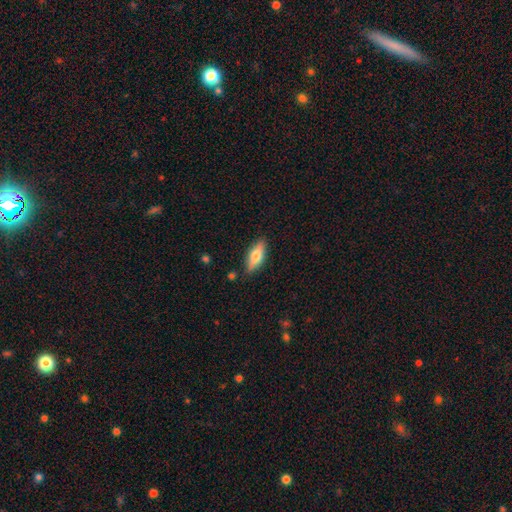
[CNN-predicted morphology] smooth 65%, featured or disk 29%, star or artifact 6%. Down the decision tree: how rounded — in between (70%); merging — none (84%).